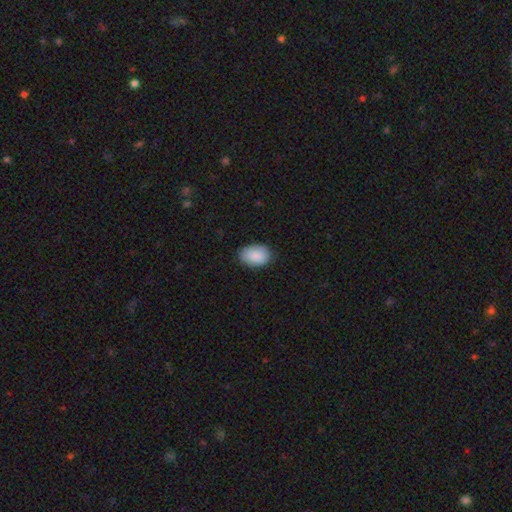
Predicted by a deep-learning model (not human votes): Overall: smooth (89%). How rounded: in between (88%). Merging: none (83%).